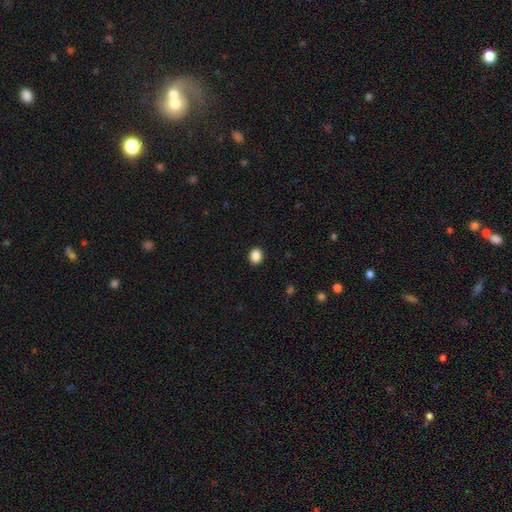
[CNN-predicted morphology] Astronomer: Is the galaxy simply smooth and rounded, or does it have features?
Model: smooth — 88%.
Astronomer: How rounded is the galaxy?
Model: round — 58% (runner-up: in between, 41%).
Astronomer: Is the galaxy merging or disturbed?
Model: none — 91%.